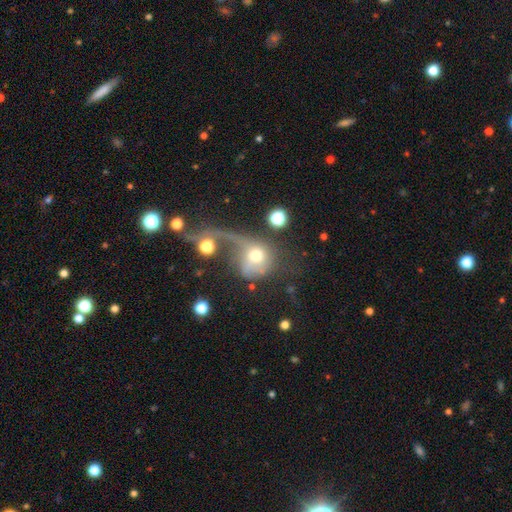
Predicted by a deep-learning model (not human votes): smooth-or-featured: smooth: 53% | featured or disk: 35% | star or artifact: 13%
  how-rounded: round: 78% | in between: 21% | cigar-shaped: 2%
  merging: major disturbance: 46% | merger: 25% | none: 19% | minor disturbance: 10%